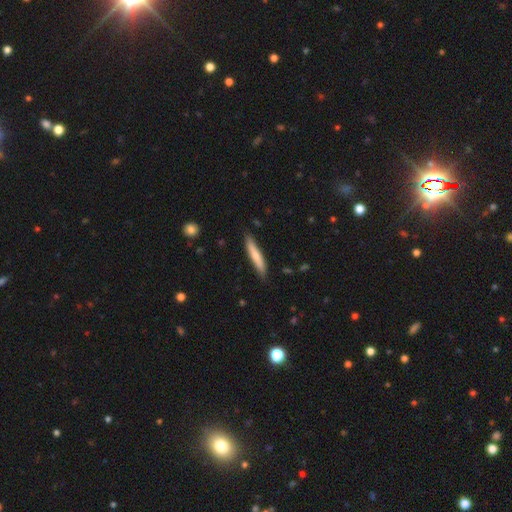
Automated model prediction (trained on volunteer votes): The model was most divided on "smooth or featured": smooth: 68%, featured or disk: 27%, star or artifact: 5%. More confident: how rounded — cigar-shaped (91%); merging — none (85%).